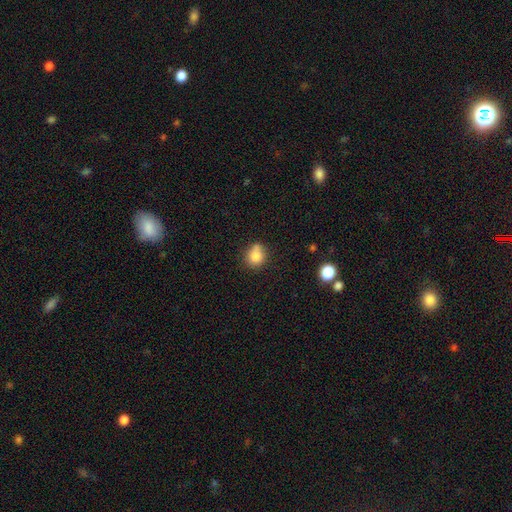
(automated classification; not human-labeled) Smooth or featured? Predicted: smooth (p=0.82). How rounded? Predicted: round (p=0.70). Merging? Predicted: none (p=0.58).